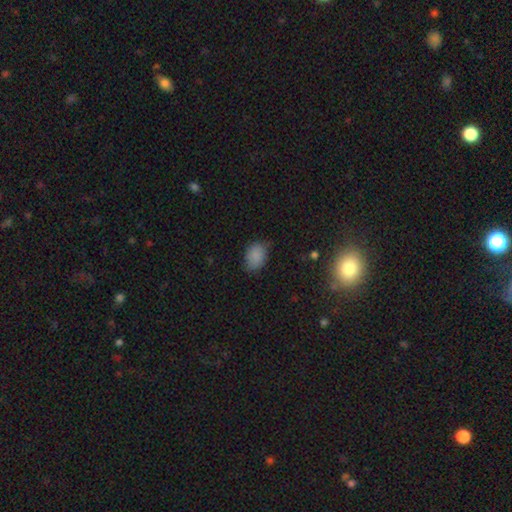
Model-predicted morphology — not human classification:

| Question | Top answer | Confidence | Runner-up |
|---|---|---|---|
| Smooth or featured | smooth | 85% | star or artifact (9%) |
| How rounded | in between | 77% | round (22%) |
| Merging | none | 66% | minor disturbance (28%) |